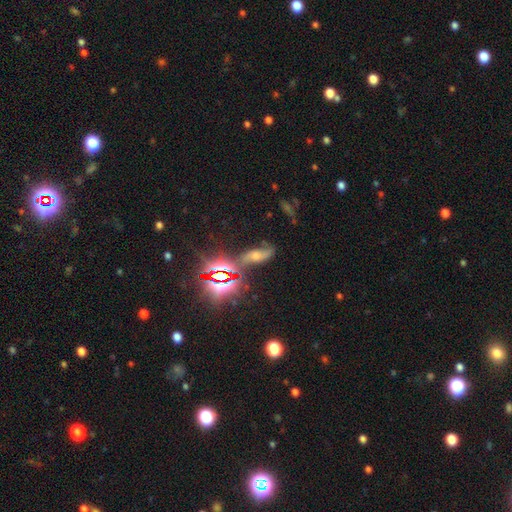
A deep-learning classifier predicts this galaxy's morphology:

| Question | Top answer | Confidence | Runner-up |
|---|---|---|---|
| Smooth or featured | featured or disk | 38% | smooth (31%) |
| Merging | none | 56% | minor disturbance (23%) |